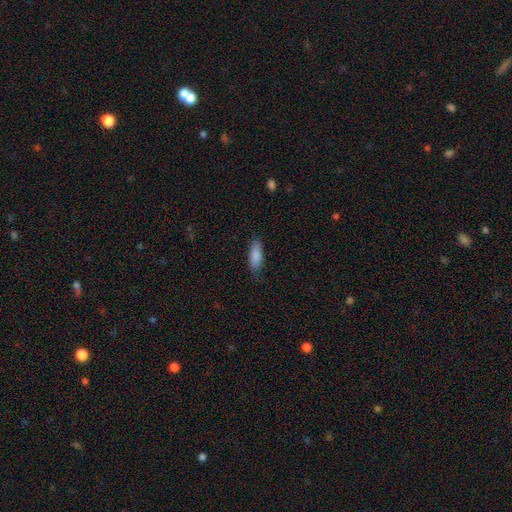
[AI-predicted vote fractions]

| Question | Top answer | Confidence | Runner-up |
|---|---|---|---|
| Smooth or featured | smooth | 86% | featured or disk (7%) |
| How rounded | in between | 66% | cigar-shaped (32%) |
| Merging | none | 77% | minor disturbance (18%) |